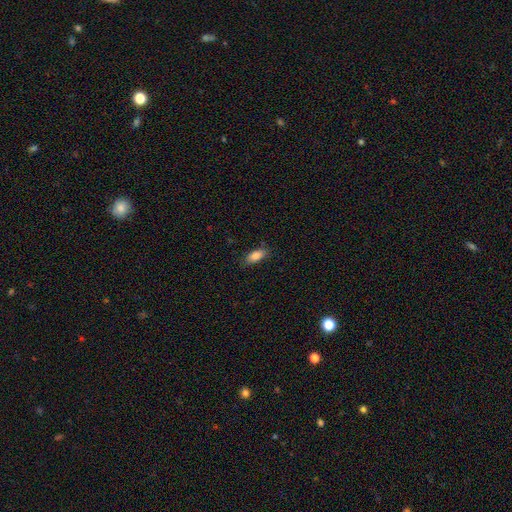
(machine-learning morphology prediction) Smooth or featured: smooth — 84% (featured or disk — 8%)
How rounded: in between — 83% (cigar-shaped — 14%)
Merging: none — 82% (minor disturbance — 14%)